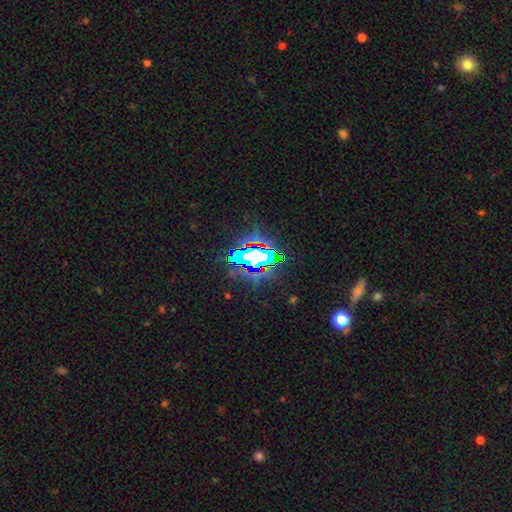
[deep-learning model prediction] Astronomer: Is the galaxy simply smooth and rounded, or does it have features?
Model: star or artifact — 70%.